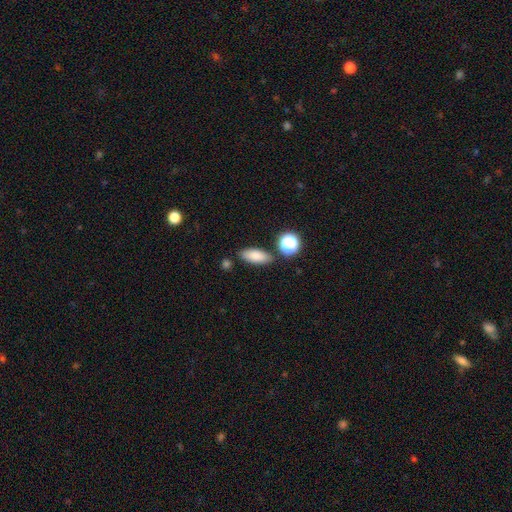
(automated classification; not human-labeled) Overall: smooth (82%). How rounded: in between (79%). Merging: none (81%).